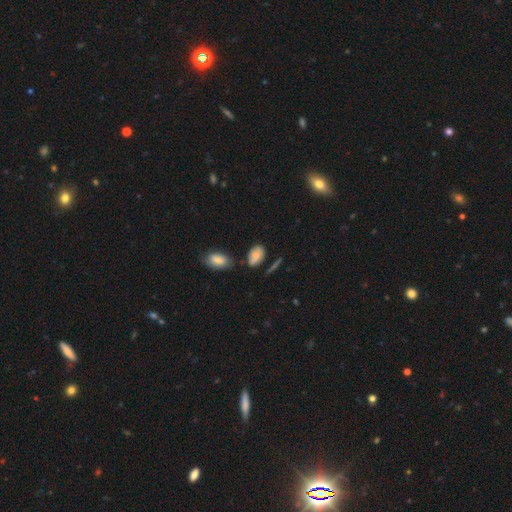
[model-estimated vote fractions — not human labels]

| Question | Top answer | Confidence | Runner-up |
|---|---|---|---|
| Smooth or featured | smooth | 78% | featured or disk (12%) |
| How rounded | in between | 88% | round (9%) |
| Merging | none | 58% | minor disturbance (24%) |